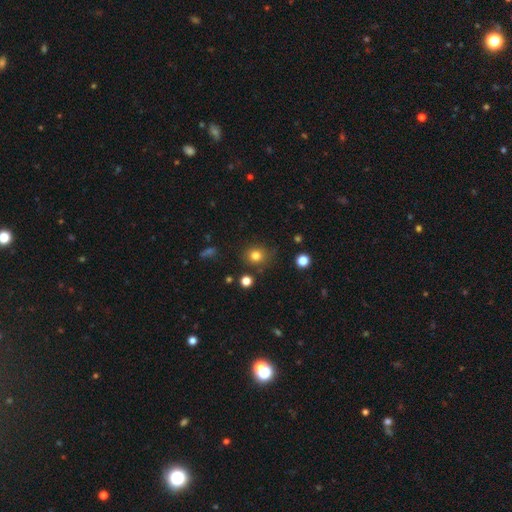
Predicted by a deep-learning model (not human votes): Smooth or featured?
  - smooth: 80% *
  - star or artifact: 14%
  - featured or disk: 7%
How rounded?
  - round: 81% *
  - in between: 18%
  - cigar-shaped: 1%
Merging?
  - none: 82% *
  - minor disturbance: 11%
  - merger: 4%
  - major disturbance: 3%